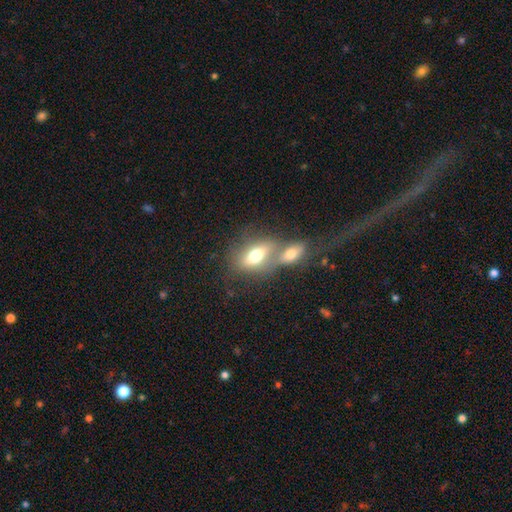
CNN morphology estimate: This is likely a smooth galaxy (65%). How rounded: clearly in between (83%). Merging: possibly merger (55%).